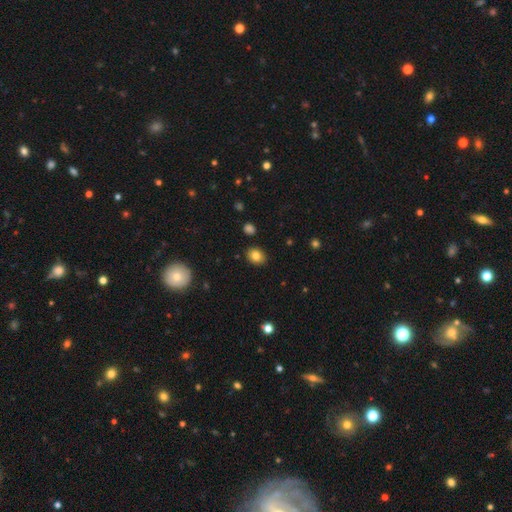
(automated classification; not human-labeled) A smooth galaxy with no disk features (82%) that is round (53%). Merging: none (88%).